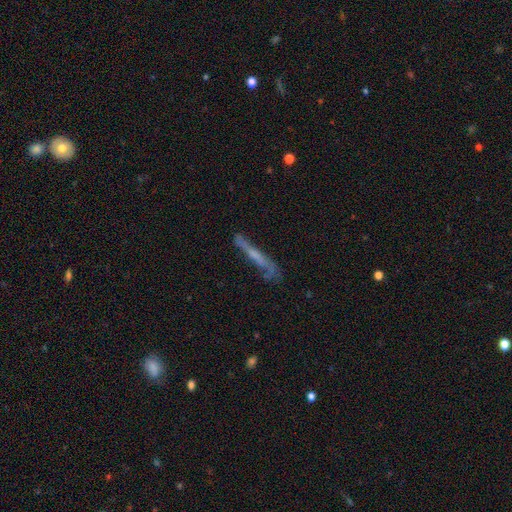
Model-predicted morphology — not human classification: Smooth or featured? featured or disk (57%)
Edge-on disk? yes (78%)
Merging? none (64%)